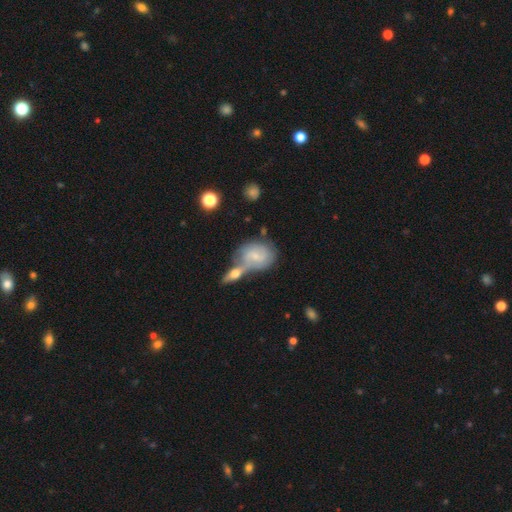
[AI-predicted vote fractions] smooth-or-featured: featured or disk: 52% | smooth: 40% | star or artifact: 7%
  disk-edge-on: no: 92% | yes: 8%
  merging: merger: 50% | none: 30% | minor disturbance: 14% | major disturbance: 6%